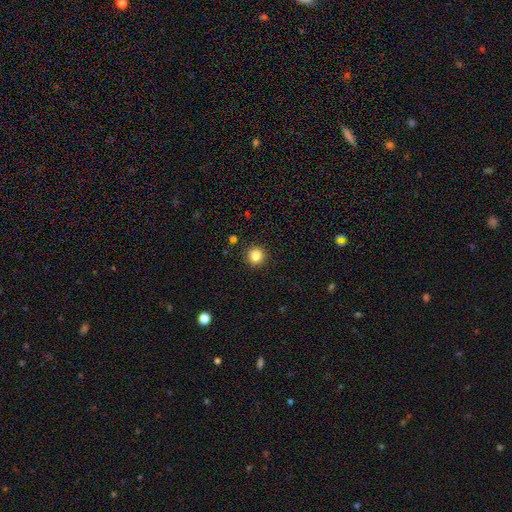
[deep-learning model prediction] smooth_or_featured: smooth (p=0.84) [alt: star or artifact p=0.11]
how_rounded: round (p=0.94) [alt: in between p=0.05]
merging: none (p=0.92) [alt: minor disturbance p=0.05]